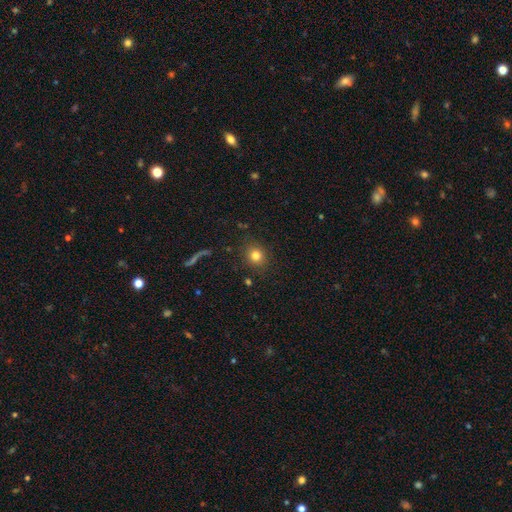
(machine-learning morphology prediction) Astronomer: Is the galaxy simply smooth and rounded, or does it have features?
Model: smooth — 80%.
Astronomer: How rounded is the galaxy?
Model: round — 81%.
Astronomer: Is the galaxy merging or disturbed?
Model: none — 87%.